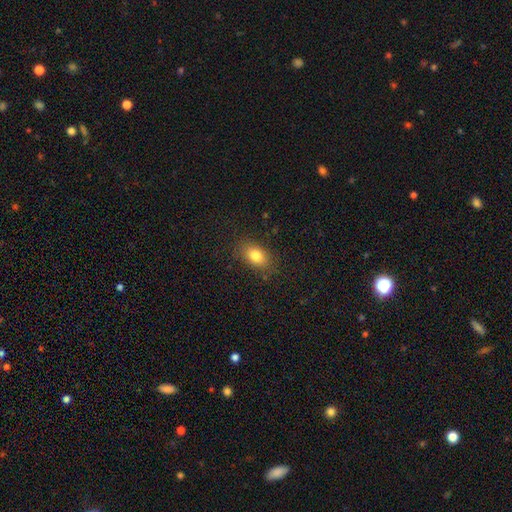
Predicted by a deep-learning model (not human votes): Smooth or featured? Predicted: smooth (p=0.81). How rounded? Predicted: in between (p=0.83). Merging? Predicted: none (p=0.83).